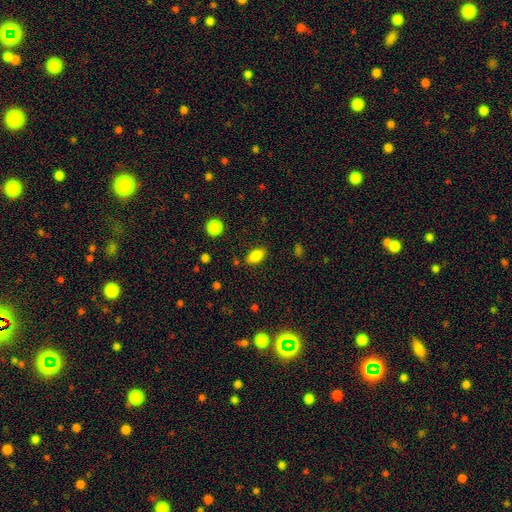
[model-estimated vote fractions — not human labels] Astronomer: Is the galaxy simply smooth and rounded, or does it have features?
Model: smooth — 84%.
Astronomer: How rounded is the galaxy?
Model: in between — 89%.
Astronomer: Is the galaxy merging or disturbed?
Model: none — 84%.